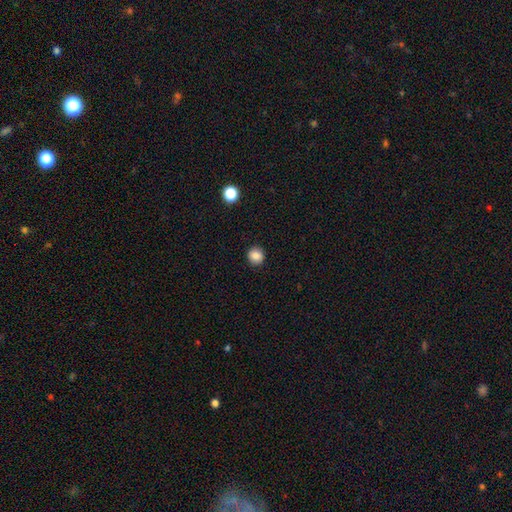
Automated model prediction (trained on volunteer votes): smooth_or_featured: smooth (p=0.86) [alt: star or artifact p=0.10]
how_rounded: round (p=0.88) [alt: in between p=0.11]
merging: none (p=0.91) [alt: minor disturbance p=0.06]